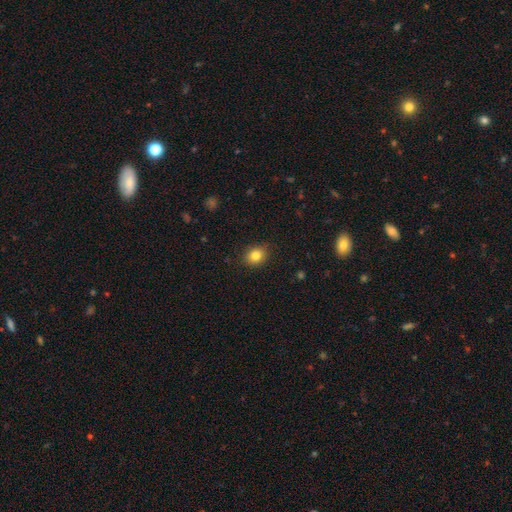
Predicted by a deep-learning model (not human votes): Overall: smooth (82%). How rounded: round (63%; in between 36%). Merging: none (87%).